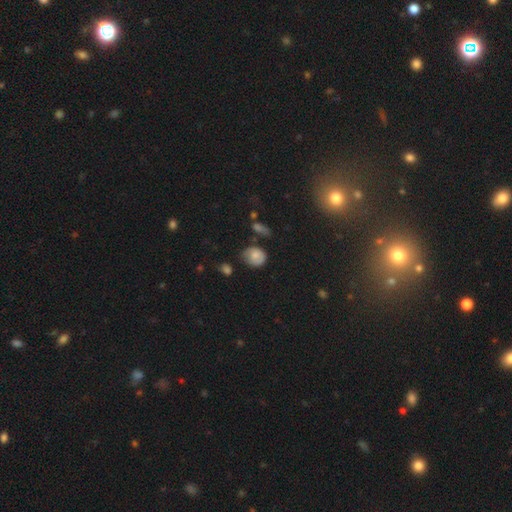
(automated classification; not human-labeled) This is likely a smooth galaxy (70%). How rounded: likely round (60%). Merging: possibly none (48%).